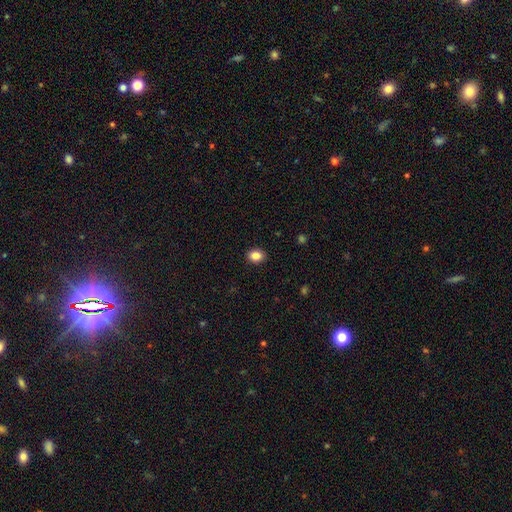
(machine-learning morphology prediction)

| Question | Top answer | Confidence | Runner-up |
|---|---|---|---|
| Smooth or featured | smooth | 86% | star or artifact (10%) |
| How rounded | in between | 53% | round (46%) |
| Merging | none | 91% | minor disturbance (6%) |